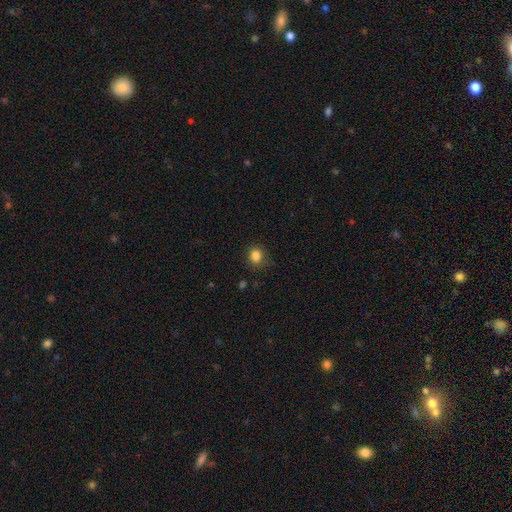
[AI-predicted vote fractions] Smooth or featured?
  - smooth: 85% *
  - star or artifact: 12%
  - featured or disk: 4%
How rounded?
  - round: 73% *
  - in between: 26%
  - cigar-shaped: 1%
Merging?
  - none: 82% *
  - minor disturbance: 13%
  - major disturbance: 4%
  - merger: 1%